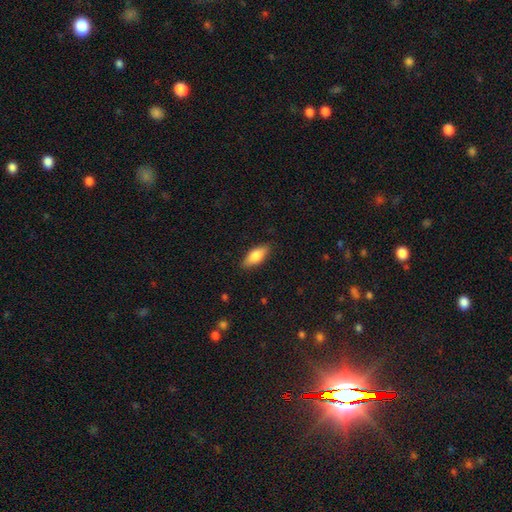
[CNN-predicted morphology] This is likely a smooth galaxy (79%). How rounded: likely in between (78%). Merging: clearly none (86%).